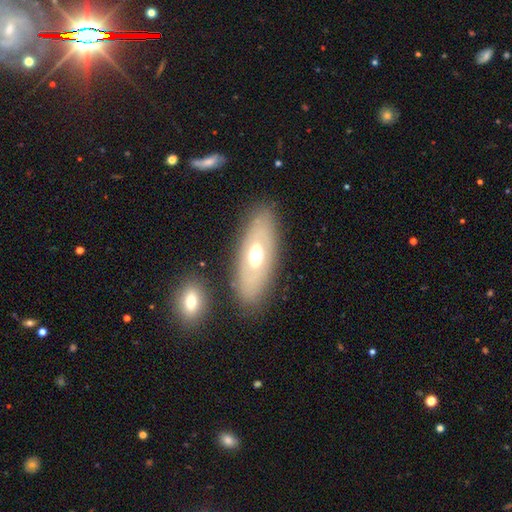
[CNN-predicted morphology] A smooth galaxy with no disk features (47%).

Vote fractions:
- Smooth or featured? smooth: 47% / featured or disk: 45% / star or artifact: 7%
- Merging? none: 81% / minor disturbance: 11% / major disturbance: 4% / merger: 4%